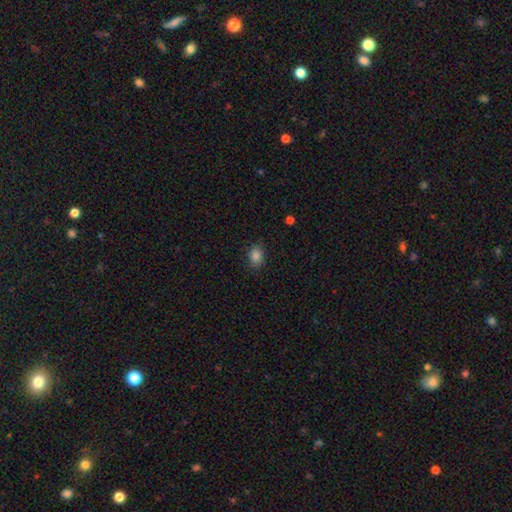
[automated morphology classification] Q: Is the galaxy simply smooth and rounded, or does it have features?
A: smooth — 85%.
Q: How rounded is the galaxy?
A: in between — 67%.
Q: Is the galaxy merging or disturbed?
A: none — 85%.